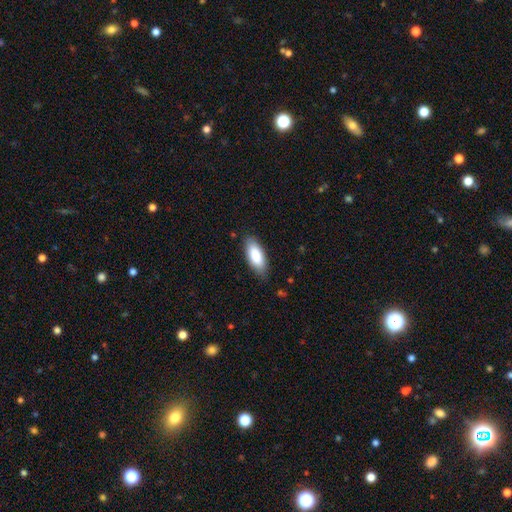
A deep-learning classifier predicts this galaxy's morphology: A smooth galaxy with no disk features (85%) that is in between round and cigar-shaped (81%). Merging: none (84%).